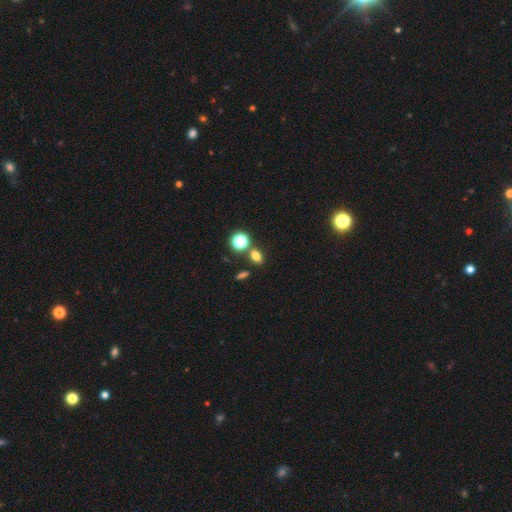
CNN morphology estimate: type=smooth (74%); roundness=in between (67%); merging=none (73%).